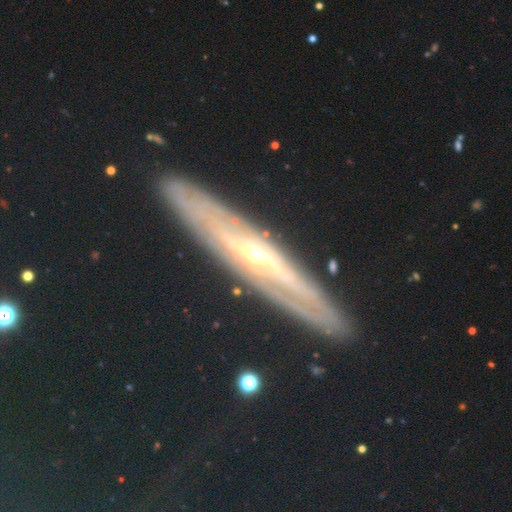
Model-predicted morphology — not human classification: smooth_or_featured: featured or disk (p=0.47) [alt: star or artifact p=0.35]
merging: none (p=0.87) [alt: minor disturbance p=0.08]